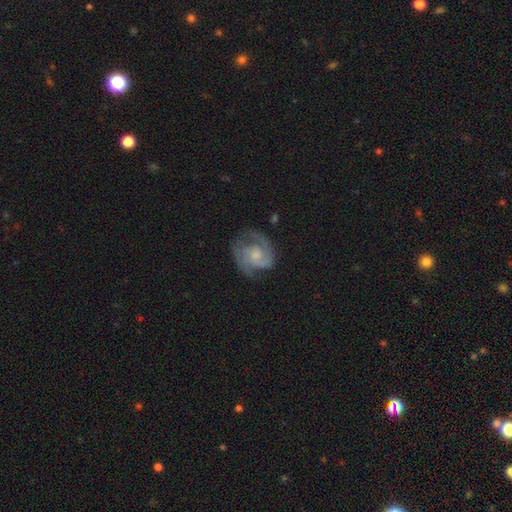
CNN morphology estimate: Smooth or featured?
  - featured or disk: 81% *
  - smooth: 13%
  - star or artifact: 5%
Edge-on disk?
  - no: 98% *
  - yes: 2%
Bar?
  - no: 69% *
  - weak: 27%
  - strong: 4%
Spiral arms?
  - yes: 95% *
  - no: 5%
Spiral winding?
  - tight: 44% * (tied)
  - medium: 44% * (tied)
  - loose: 12%
Spiral arm count?
  - 2: 61% *
  - 3: 17%
  - can't tell: 12%
  - 1: 4%
  - 4: 3%
  - more than 4: 3%
Bulge size?
  - moderate: 41% *
  - small: 39%
  - none: 13%
  - large: 7%
  - dominant: 1%
Merging?
  - none: 66% *
  - minor disturbance: 21%
  - major disturbance: 11%
  - merger: 1%